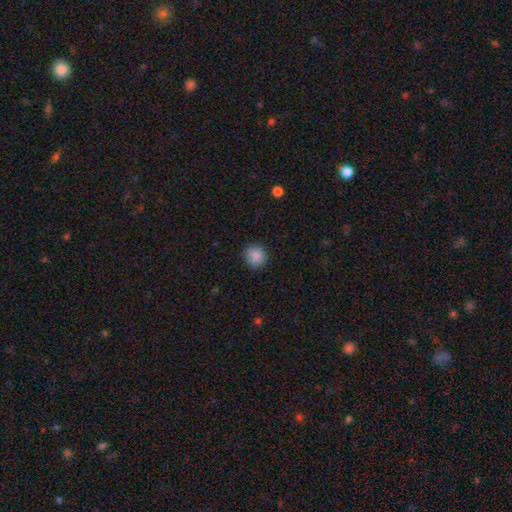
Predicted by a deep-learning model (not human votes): Smooth or featured? Predicted: smooth (p=0.88). How rounded? Predicted: round (p=0.87). Merging? Predicted: none (p=0.88).